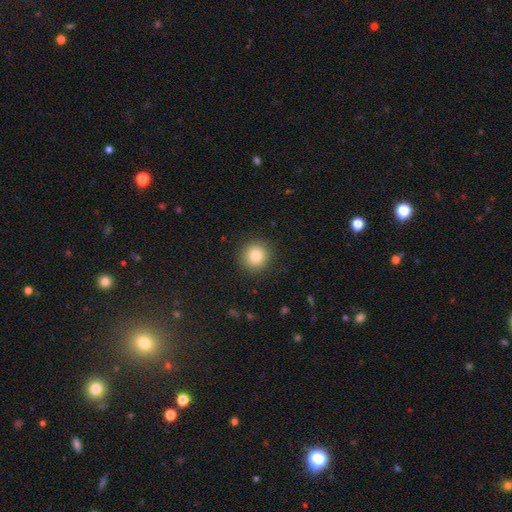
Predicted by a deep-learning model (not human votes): Q: Smooth or featured?
A: smooth (81%); runner-up: star or artifact (10%)
Q: How rounded?
A: round (94%); runner-up: in between (5%)
Q: Merging?
A: none (91%); runner-up: minor disturbance (6%)